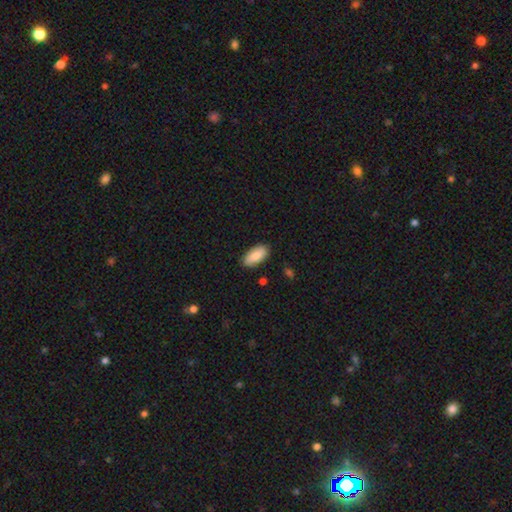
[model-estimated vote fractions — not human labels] This is clearly a smooth galaxy (84%). How rounded: clearly in between (90%). Merging: clearly none (87%).